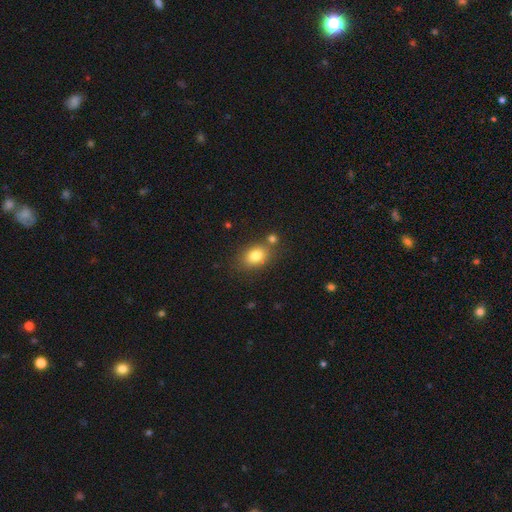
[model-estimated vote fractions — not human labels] Morphology: type=smooth (80%); roundness=in between (74%); merging=none (69%).